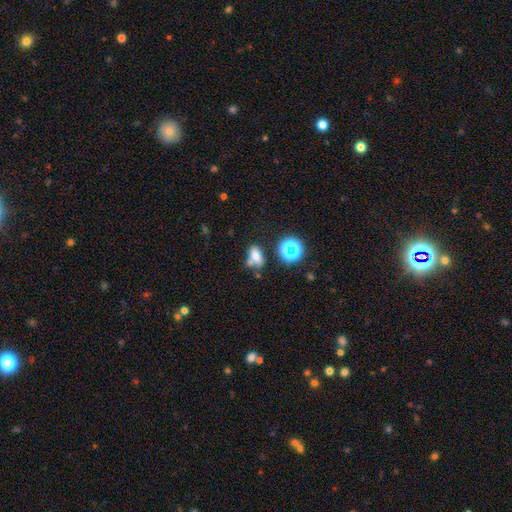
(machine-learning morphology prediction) type=smooth (67%); roundness=in between (80%); merging=none (46%).